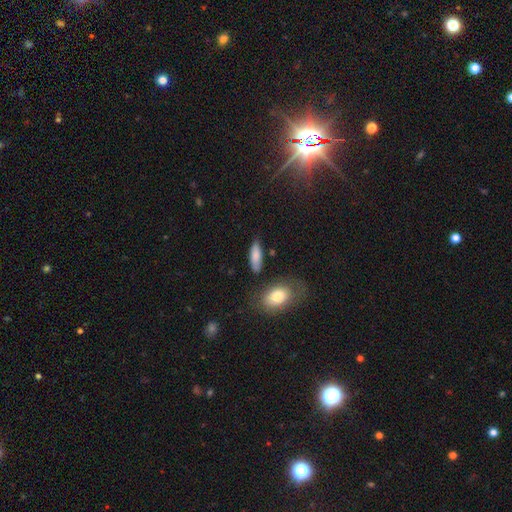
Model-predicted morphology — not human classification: A smooth galaxy with no disk features (82%) that is in between round and cigar-shaped (63%). Merging: none (72%).